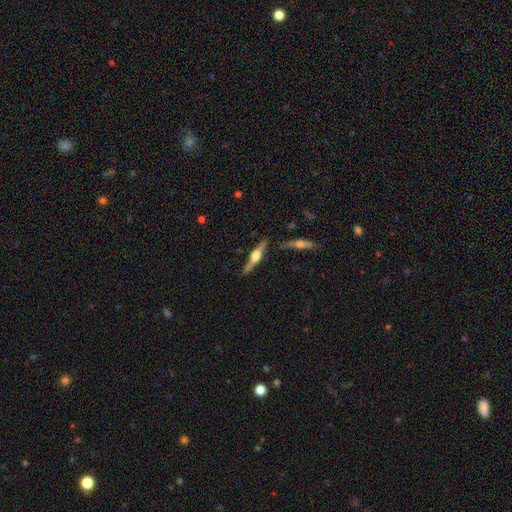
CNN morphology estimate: A featured or disk galaxy (79%) viewed edge-on (98%) with a rounded central bulge (91%). Merging: none (85%).